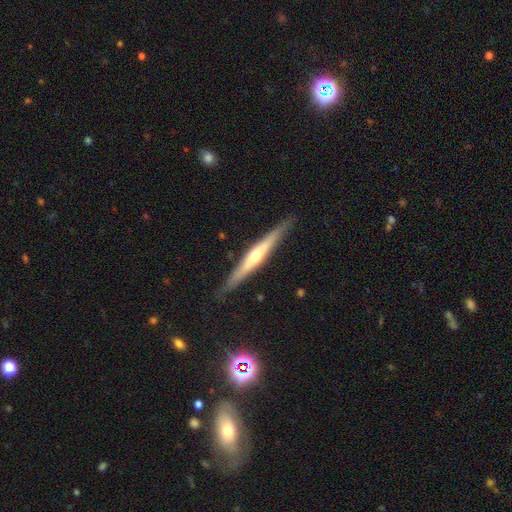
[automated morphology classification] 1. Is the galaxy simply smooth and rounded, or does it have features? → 68% featured or disk, 25% smooth, 6% star or artifact.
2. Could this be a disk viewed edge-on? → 96% yes, 4% no.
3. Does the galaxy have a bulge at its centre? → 77% rounded, 16% none, 6% boxy.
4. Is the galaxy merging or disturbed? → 89% none, 8% minor disturbance, 2% major disturbance, 1% merger.